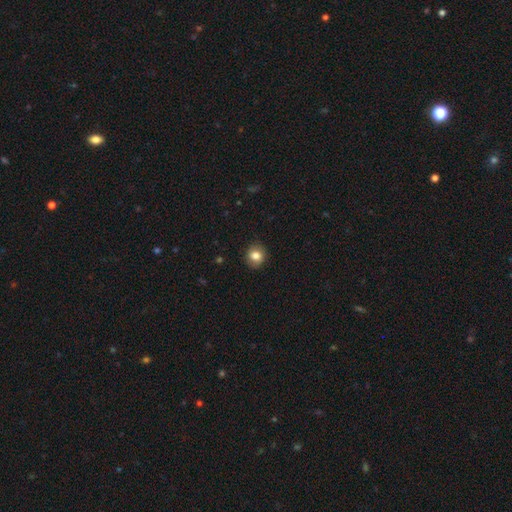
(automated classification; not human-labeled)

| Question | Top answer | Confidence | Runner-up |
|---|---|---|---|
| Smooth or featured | smooth | 82% | star or artifact (9%) |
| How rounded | round | 79% | in between (20%) |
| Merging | none | 86% | minor disturbance (10%) |